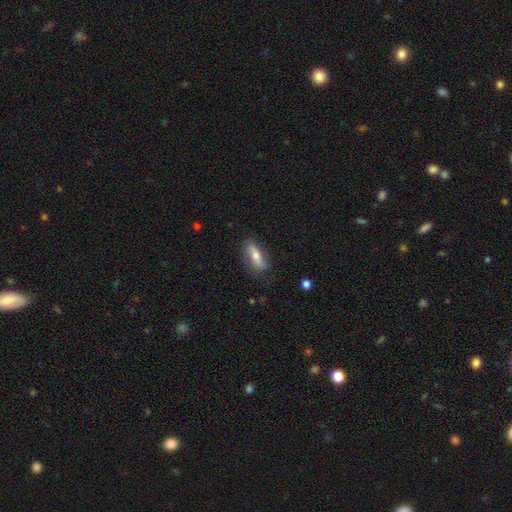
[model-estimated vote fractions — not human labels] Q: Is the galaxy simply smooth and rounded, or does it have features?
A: smooth — 57%.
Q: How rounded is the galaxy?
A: in between — 65%.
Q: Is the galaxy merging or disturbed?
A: none — 77%.